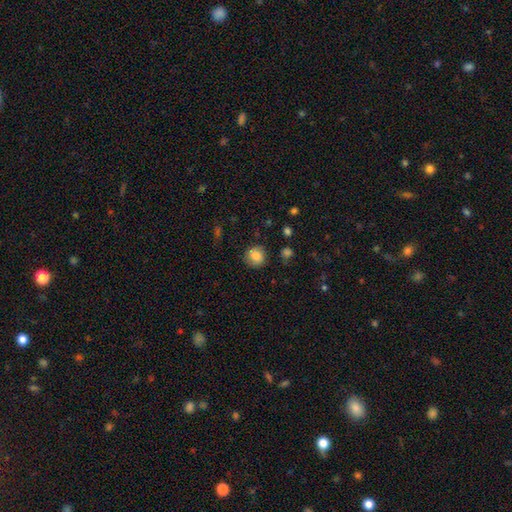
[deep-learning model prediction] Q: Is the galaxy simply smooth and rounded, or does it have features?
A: smooth — 81%.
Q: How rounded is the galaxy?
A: round — 88%.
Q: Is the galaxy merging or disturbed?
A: none — 82%.